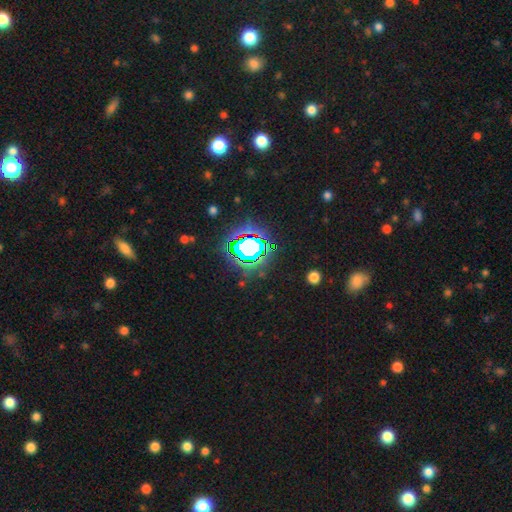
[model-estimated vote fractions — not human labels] Morphology: type=star or artifact (81%).